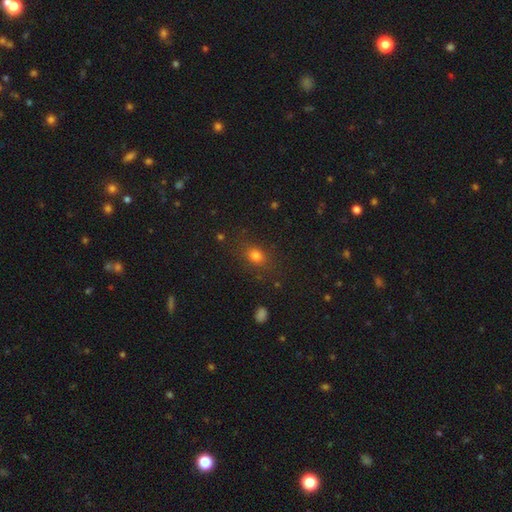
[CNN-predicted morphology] type=smooth (77%); roundness=in between (54%); merging=none (79%).